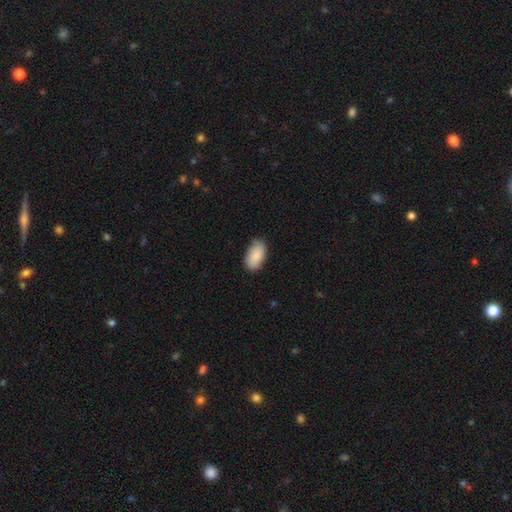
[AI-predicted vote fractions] This is clearly a smooth galaxy (88%). How rounded: clearly in between (95%). Merging: likely none (78%).